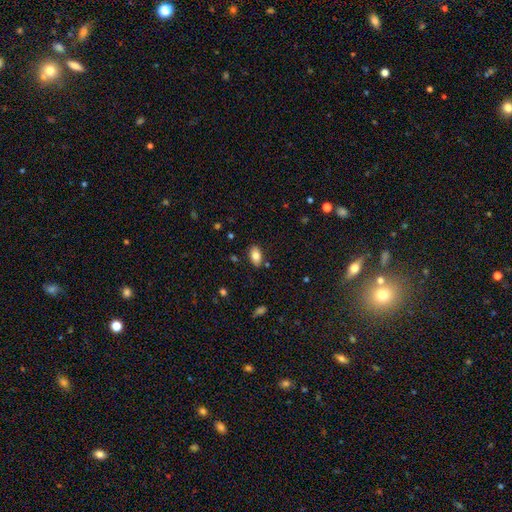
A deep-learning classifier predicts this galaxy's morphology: Q: Smooth or featured?
A: smooth (82%); runner-up: featured or disk (10%)
Q: How rounded?
A: in between (92%); runner-up: round (5%)
Q: Merging?
A: none (84%); runner-up: minor disturbance (12%)